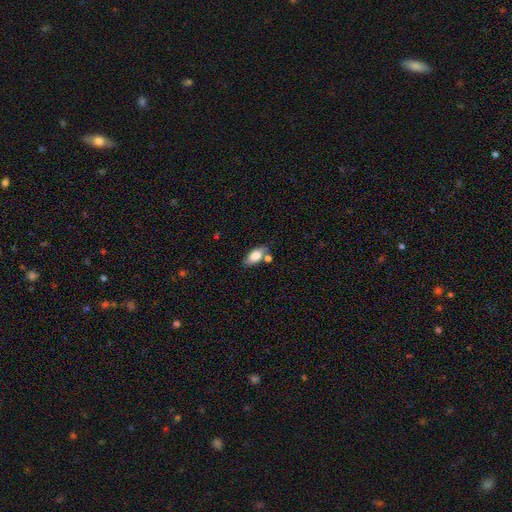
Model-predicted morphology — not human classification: The model was most divided on "merging": none: 62%, minor disturbance: 18%, merger: 16%, major disturbance: 5%. More confident: how rounded — in between (88%); smooth or featured — smooth (79%).